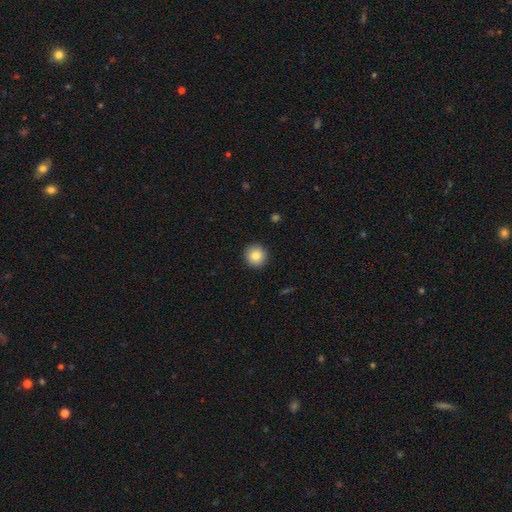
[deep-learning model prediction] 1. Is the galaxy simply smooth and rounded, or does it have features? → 84% smooth, 9% star or artifact, 8% featured or disk.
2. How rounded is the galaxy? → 94% round, 5% in between, 1% cigar-shaped.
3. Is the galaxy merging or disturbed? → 92% none, 5% minor disturbance, 2% major disturbance, 1% merger.